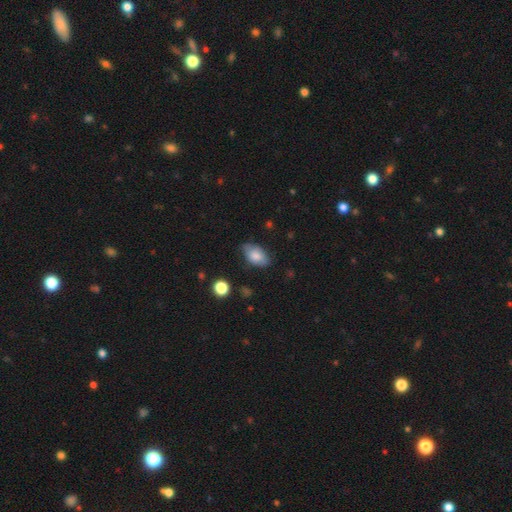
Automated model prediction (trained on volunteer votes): smooth_or_featured: smooth (p=0.79) [alt: featured or disk p=0.13]
how_rounded: in between (p=0.92) [alt: round p=0.06]
merging: none (p=0.72) [alt: minor disturbance p=0.22]